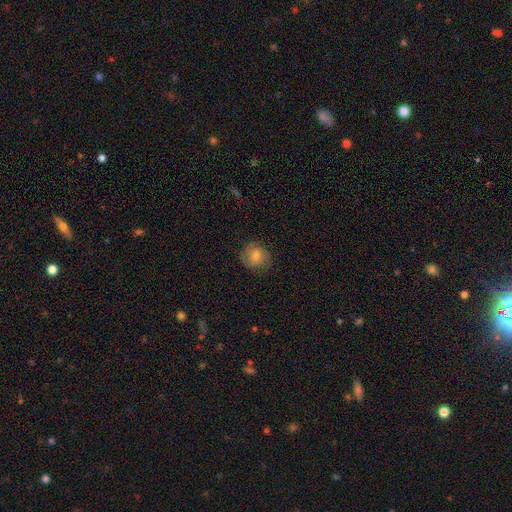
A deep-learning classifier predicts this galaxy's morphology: smooth_or_featured: smooth (p=0.63) [alt: featured or disk p=0.26]
how_rounded: round (p=0.80) [alt: in between p=0.19]
merging: none (p=0.79) [alt: minor disturbance p=0.15]